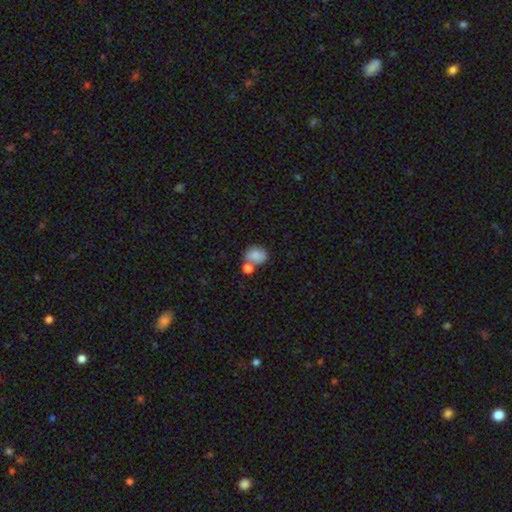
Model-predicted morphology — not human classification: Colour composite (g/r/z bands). It shows a smooth galaxy with no disk features (82%) that is in between round and cigar-shaped (56%). Merging: none (43%).